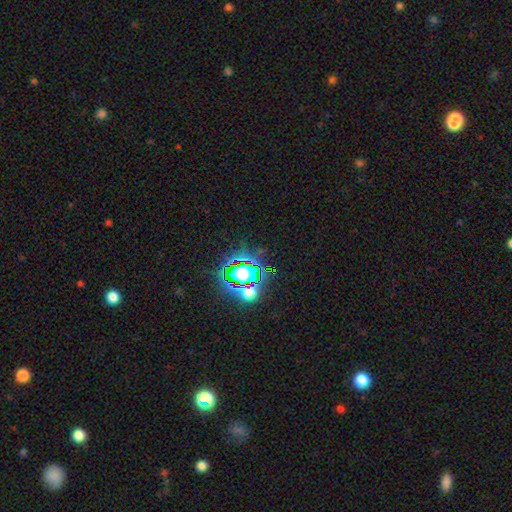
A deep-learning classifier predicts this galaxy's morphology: The model was most divided on "smooth or featured": star or artifact: 81%, smooth: 12%, featured or disk: 7%.